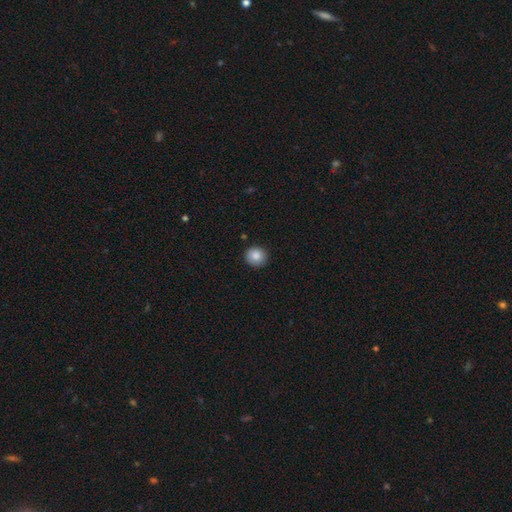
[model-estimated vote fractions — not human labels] A smooth galaxy with no disk features (85%) that is round (91%).

Vote fractions:
- Smooth or featured? smooth: 85% / star or artifact: 9% / featured or disk: 6%
- How rounded? round: 91% / in between: 8% / cigar-shaped: 1%
- Merging? none: 91% / minor disturbance: 6% / major disturbance: 2% / merger: 1%